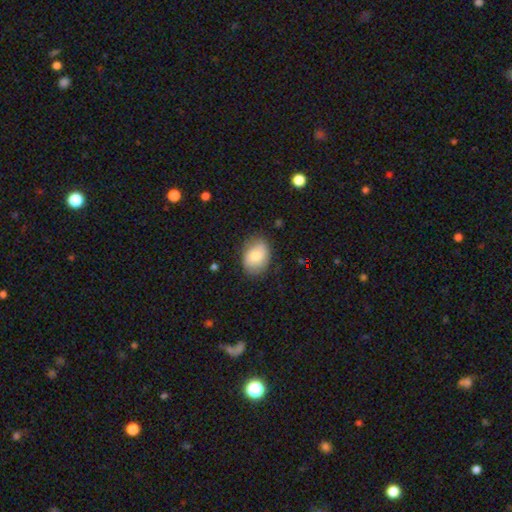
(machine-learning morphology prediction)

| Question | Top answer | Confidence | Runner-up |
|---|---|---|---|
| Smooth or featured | smooth | 68% | featured or disk (25%) |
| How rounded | in between | 74% | round (25%) |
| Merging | none | 77% | minor disturbance (18%) |